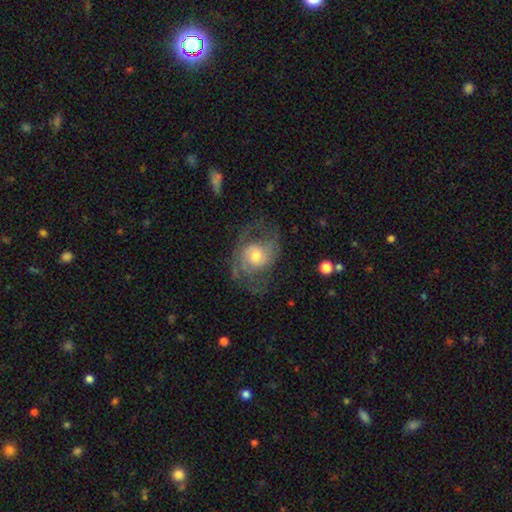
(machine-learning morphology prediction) smooth-or-featured: featured or disk: 69% | smooth: 24% | star or artifact: 7%
  disk-edge-on: no: 96% | yes: 4%
    bar: no: 67% | weak: 28% | strong: 5%
    has-spiral-arms: yes: 81% | no: 19%
      spiral-winding: medium: 47% | loose: 27% | tight: 26%
      spiral-arm-count: 2: 61% | can't tell: 23% | 3: 7% | 1: 4% | 4: 3% | more than 4: 2%
    bulge-size: moderate: 57% | small: 30% | large: 10% | none: 2% | dominant: 1%
  merging: none: 54% | major disturbance: 24% | minor disturbance: 21% | merger: 2%